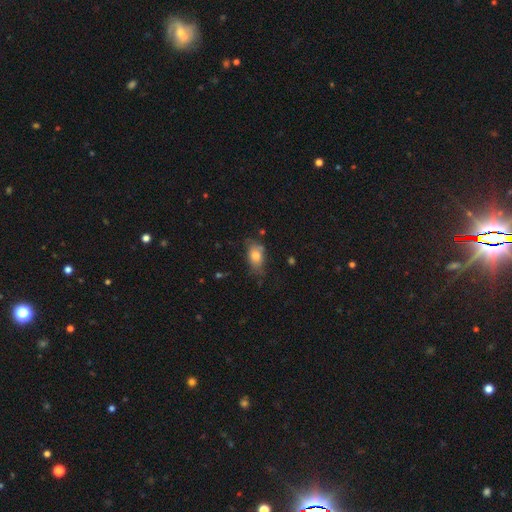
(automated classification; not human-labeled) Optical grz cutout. It shows a smooth galaxy with no disk features (74%) that is in between round and cigar-shaped (84%). Merging: none (58%).